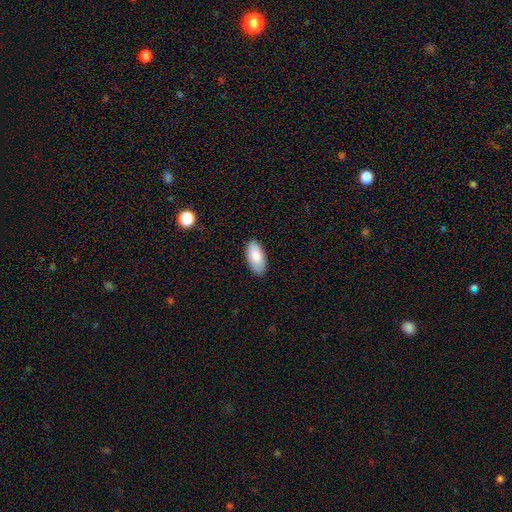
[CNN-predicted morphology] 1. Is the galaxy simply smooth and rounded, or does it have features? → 86% smooth, 8% featured or disk, 6% star or artifact.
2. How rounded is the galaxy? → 93% in between, 5% cigar-shaped, 2% round.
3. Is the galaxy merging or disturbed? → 87% none, 10% minor disturbance, 2% major disturbance, 1% merger.